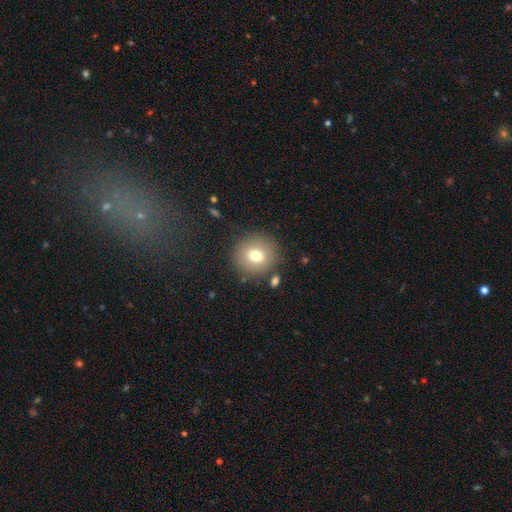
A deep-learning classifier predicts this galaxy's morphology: This is likely a smooth galaxy (74%). How rounded: clearly round (91%). Merging: clearly none (84%).